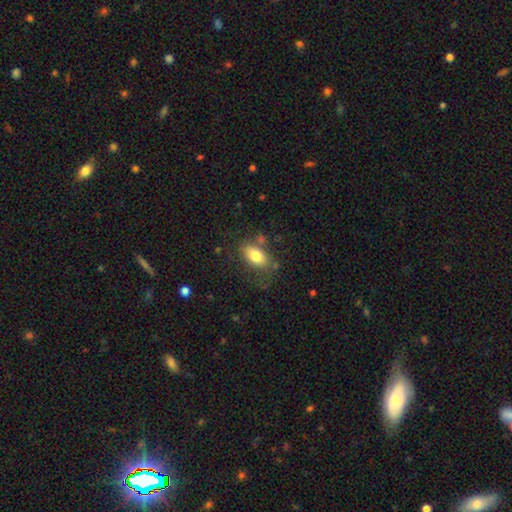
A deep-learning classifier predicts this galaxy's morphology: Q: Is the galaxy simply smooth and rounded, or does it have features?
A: smooth — 77%.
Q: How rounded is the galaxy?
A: in between — 89%.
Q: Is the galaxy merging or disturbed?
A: none — 69%.